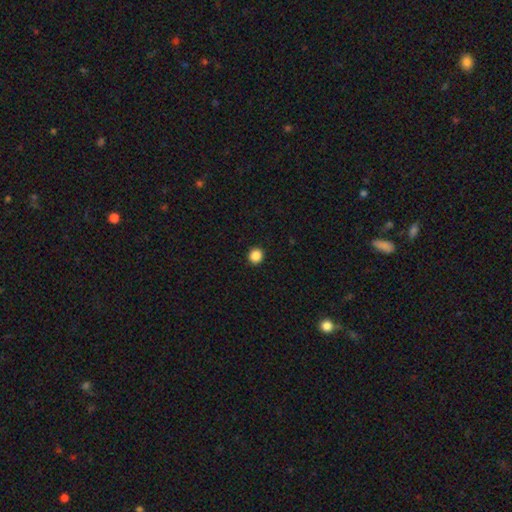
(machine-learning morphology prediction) smooth-or-featured: smooth: 87% | star or artifact: 10% | featured or disk: 2%
  how-rounded: round: 93% | in between: 6% | cigar-shaped: 1%
  merging: none: 93% | minor disturbance: 4% | major disturbance: 2% | merger: 1%